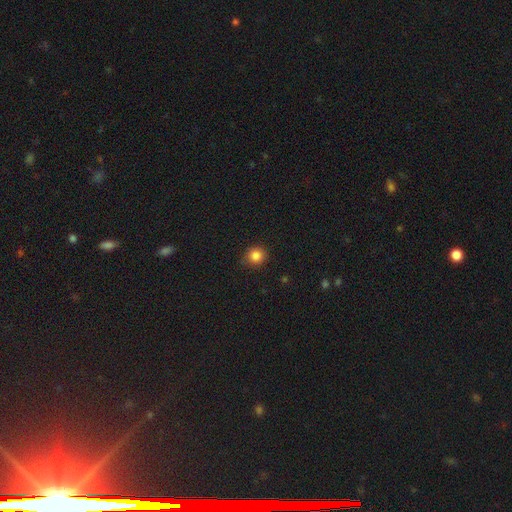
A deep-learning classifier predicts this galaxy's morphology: A smooth galaxy with no disk features (84%) that is round (88%).

Vote fractions:
- Smooth or featured? smooth: 84% / star or artifact: 11% / featured or disk: 4%
- How rounded? round: 88% / in between: 12% / cigar-shaped: 1%
- Merging? none: 86% / minor disturbance: 11% / major disturbance: 2% / merger: 1%